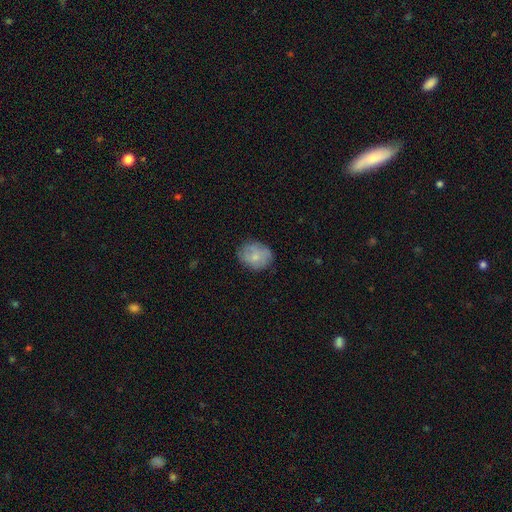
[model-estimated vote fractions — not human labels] smooth 72%, featured or disk 20%, star or artifact 7%. Down the decision tree: how rounded — round (61%); merging — none (76%).